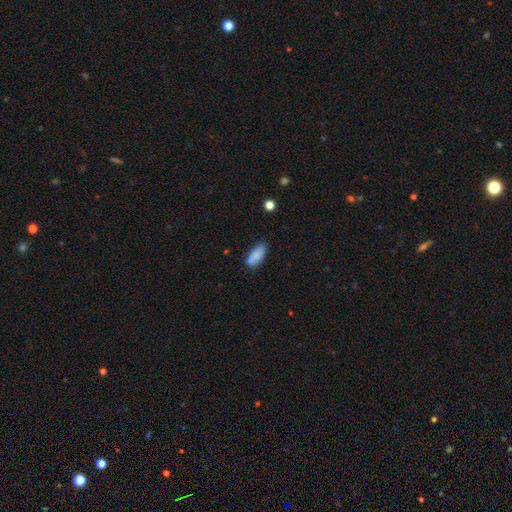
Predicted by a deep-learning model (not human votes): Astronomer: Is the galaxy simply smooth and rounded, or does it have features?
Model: smooth — 87%.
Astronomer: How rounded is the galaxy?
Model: in between — 80%.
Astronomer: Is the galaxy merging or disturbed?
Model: none — 75%.